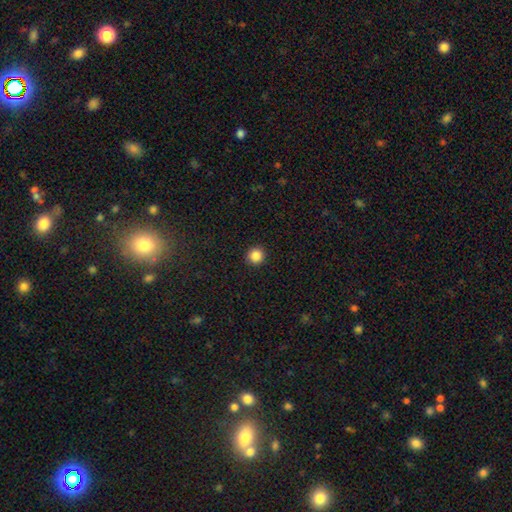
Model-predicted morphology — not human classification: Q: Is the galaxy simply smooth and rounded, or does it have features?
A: smooth — 86%.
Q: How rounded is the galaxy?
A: round — 95%.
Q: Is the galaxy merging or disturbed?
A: none — 93%.